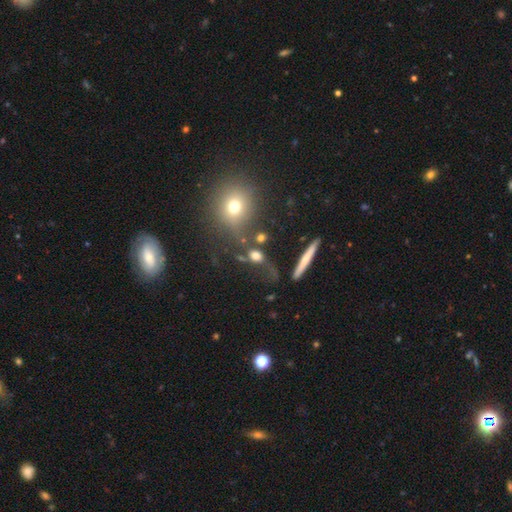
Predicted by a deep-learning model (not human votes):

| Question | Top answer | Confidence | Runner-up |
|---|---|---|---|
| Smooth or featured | smooth | 54% | featured or disk (29%) |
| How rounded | round | 53% | in between (38%) |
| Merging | none | 45% | major disturbance (22%) |